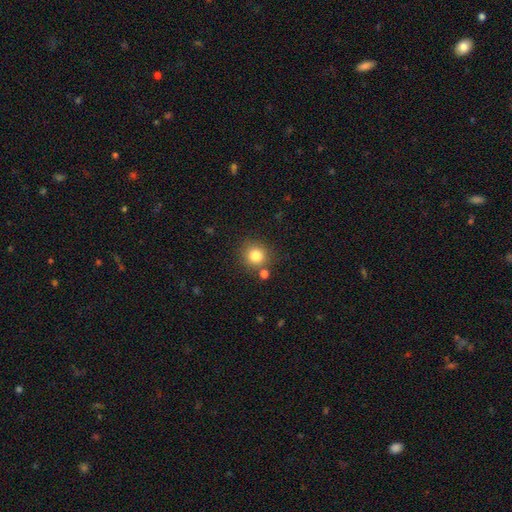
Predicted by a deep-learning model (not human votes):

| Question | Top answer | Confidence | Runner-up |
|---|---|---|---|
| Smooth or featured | smooth | 82% | star or artifact (12%) |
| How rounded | round | 91% | in between (8%) |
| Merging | none | 78% | merger (10%) |